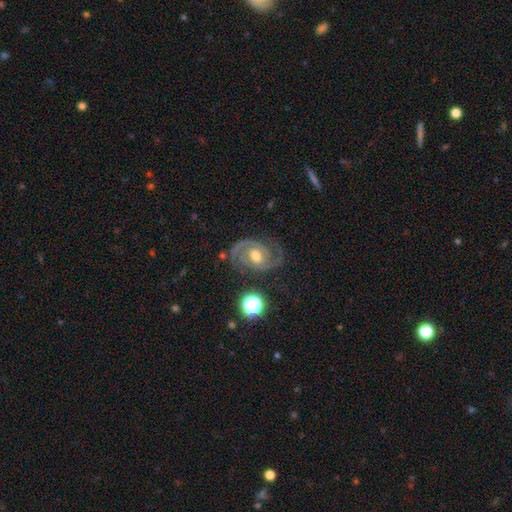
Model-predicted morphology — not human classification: Smooth or featured?
  - featured or disk: 89% *
  - star or artifact: 6%
  - smooth: 5%
Edge-on disk?
  - no: 98% *
  - yes: 2%
Bar?
  - no: 55% *
  - weak: 34%
  - strong: 11%
Spiral arms?
  - yes: 97% *
  - no: 3%
Spiral winding?
  - medium: 46% * (tied)
  - tight: 46% * (tied)
  - loose: 8%
Spiral arm count?
  - 2: 91% *
  - can't tell: 3%
  - 3: 2%
  - 1: 1%
  - 4: 1%
  - more than 4: 1%
Bulge size?
  - moderate: 76% *
  - small: 13%
  - large: 9%
  - none: 1%
  - dominant: 1%
Merging?
  - none: 81% *
  - minor disturbance: 13%
  - major disturbance: 4%
  - merger: 2%